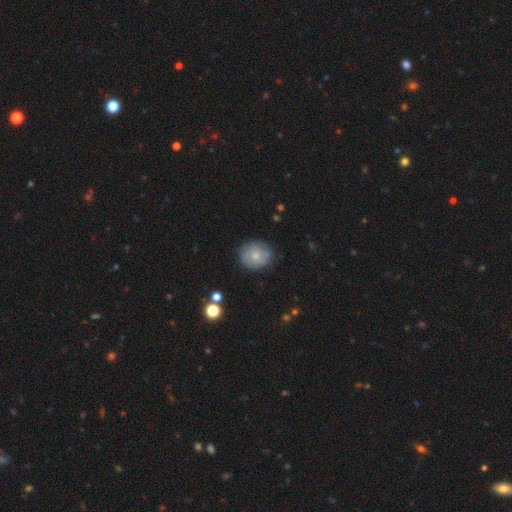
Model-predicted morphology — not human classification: smooth-or-featured: smooth: 65% | featured or disk: 27% | star or artifact: 8%
  how-rounded: round: 83% | in between: 16% | cigar-shaped: 1%
  merging: none: 78% | minor disturbance: 15% | major disturbance: 4% | merger: 2%